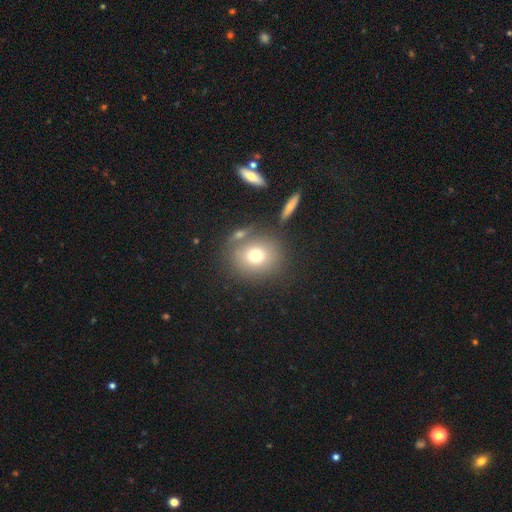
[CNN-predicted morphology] A smooth galaxy with no disk features (72%) that is round (79%). Merging: none (73%).